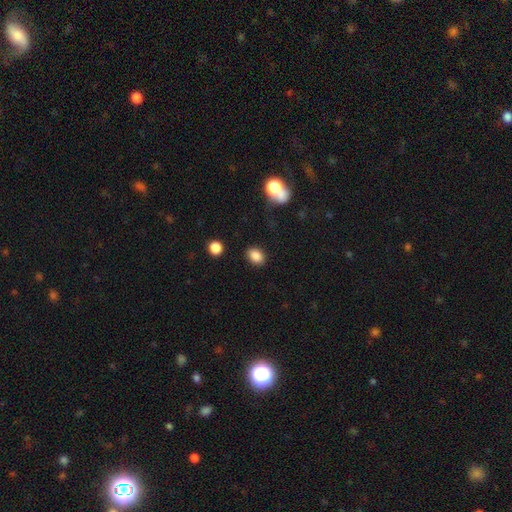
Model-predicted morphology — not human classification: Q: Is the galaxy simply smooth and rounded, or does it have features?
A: smooth — 86%.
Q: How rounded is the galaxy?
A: in between — 69%.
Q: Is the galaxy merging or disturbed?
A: none — 86%.